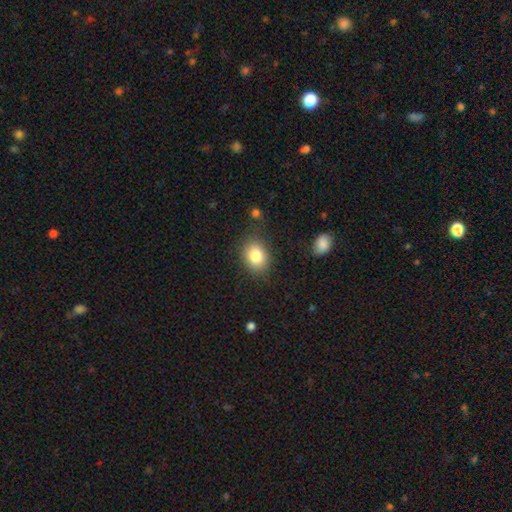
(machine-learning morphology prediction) A smooth galaxy with no disk features (83%) that is in between round and cigar-shaped (57%). Merging: none (81%).